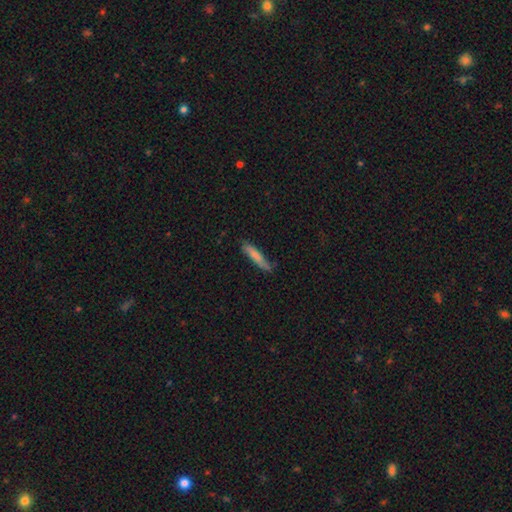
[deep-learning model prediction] Smooth or featured? Predicted: smooth (p=0.77). How rounded? Predicted: cigar-shaped (p=0.89). Merging? Predicted: none (p=0.72).